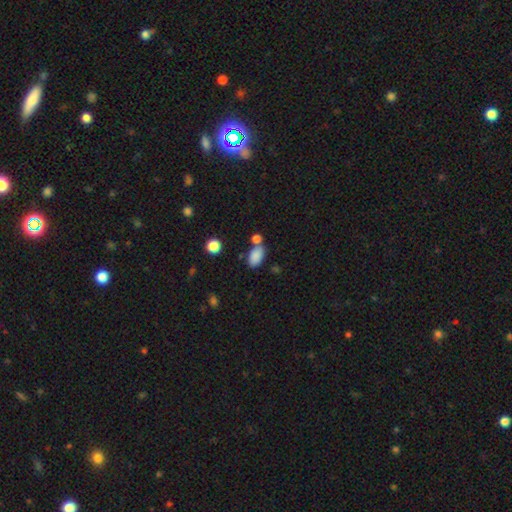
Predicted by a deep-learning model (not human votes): A smooth galaxy with no disk features (85%) that is in between round and cigar-shaped (92%).

Vote fractions:
- Smooth or featured? smooth: 85% / star or artifact: 9% / featured or disk: 6%
- How rounded? in between: 92% / round: 6% / cigar-shaped: 2%
- Merging? none: 60% / merger: 22% / minor disturbance: 14% / major disturbance: 4%